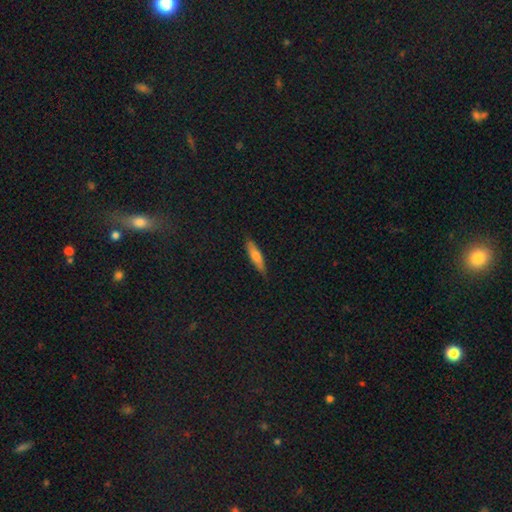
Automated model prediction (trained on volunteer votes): A smooth galaxy with no disk features (65%) that is cigar-shaped (74%).

Vote fractions:
- Smooth or featured? smooth: 65% / featured or disk: 28% / star or artifact: 6%
- How rounded? cigar-shaped: 74% / in between: 24% / round: 2%
- Merging? none: 81% / minor disturbance: 15% / major disturbance: 2% / merger: 1%